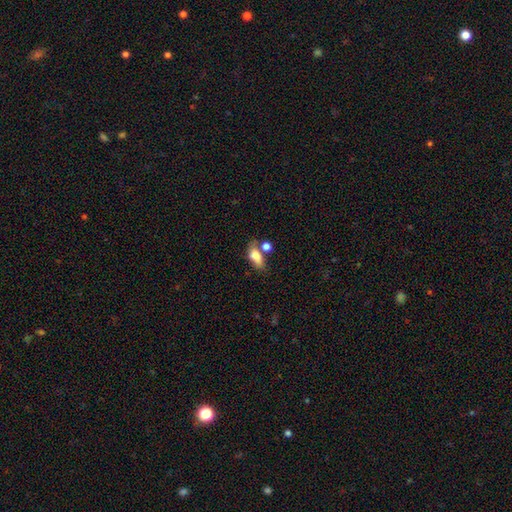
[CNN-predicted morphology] Smooth or featured: smooth — 76% (featured or disk — 14%)
How rounded: in between — 82% (round — 9%)
Merging: none — 41% (merger — 28%)